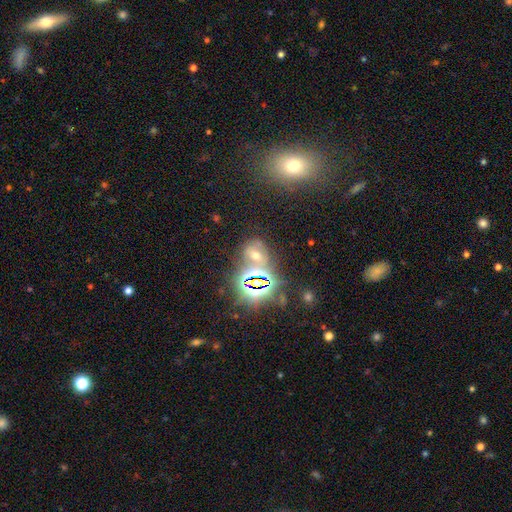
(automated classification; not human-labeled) smooth-or-featured: star or artifact: 56% | smooth: 27% | featured or disk: 17%